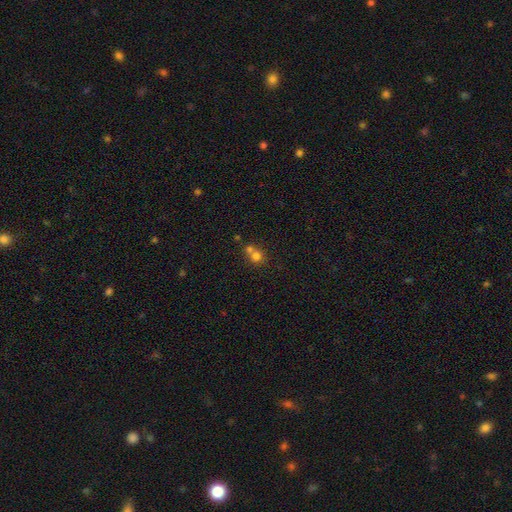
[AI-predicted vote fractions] smooth_or_featured: smooth (p=0.72) [alt: star or artifact p=0.14]
how_rounded: round (p=0.85) [alt: in between p=0.14]
merging: merger (p=0.54) [alt: none p=0.38]